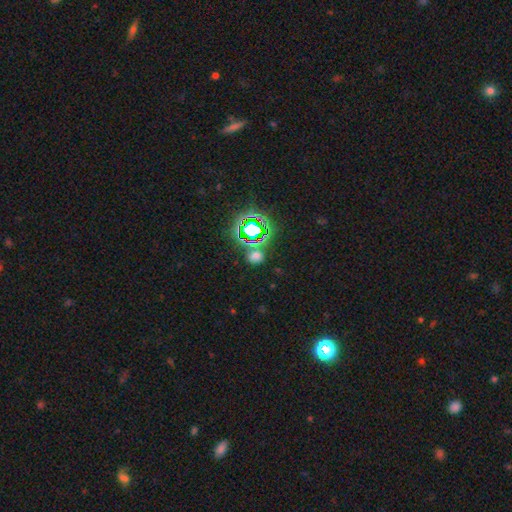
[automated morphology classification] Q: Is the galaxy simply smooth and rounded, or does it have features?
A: smooth — 49%.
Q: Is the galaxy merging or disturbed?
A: none — 70%.